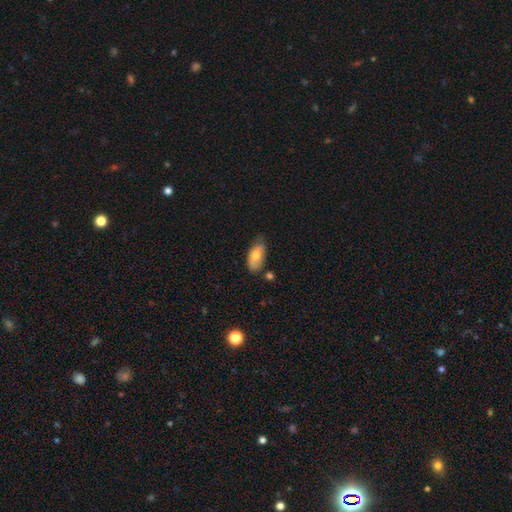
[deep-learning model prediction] Overall: smooth (70%). How rounded: in between (91%). Merging: none (55%; minor disturbance 34%).